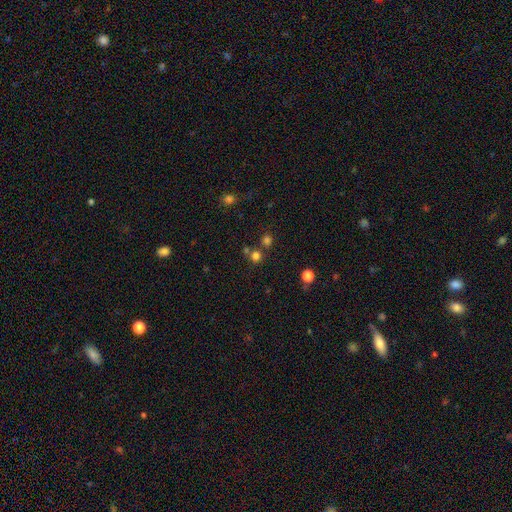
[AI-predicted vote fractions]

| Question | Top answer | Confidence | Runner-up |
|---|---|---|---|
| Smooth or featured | smooth | 71% | star or artifact (23%) |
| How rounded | round | 90% | in between (9%) |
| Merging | none | 69% | merger (21%) |